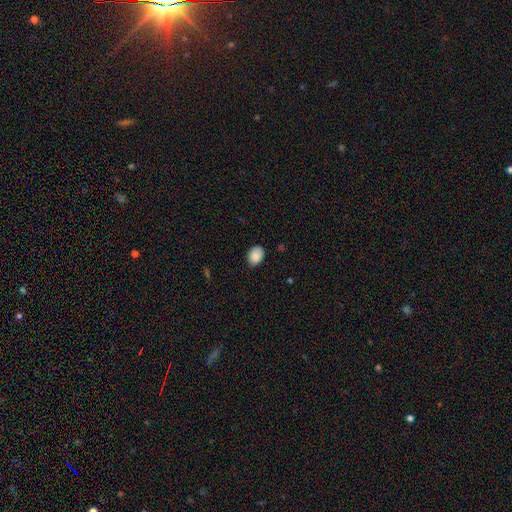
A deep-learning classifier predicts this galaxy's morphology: smooth-or-featured: smooth: 88% | star or artifact: 7% | featured or disk: 5%
  how-rounded: in between: 75% | round: 25% | cigar-shaped: 1%
  merging: none: 76% | minor disturbance: 20% | major disturbance: 3% | merger: 1%